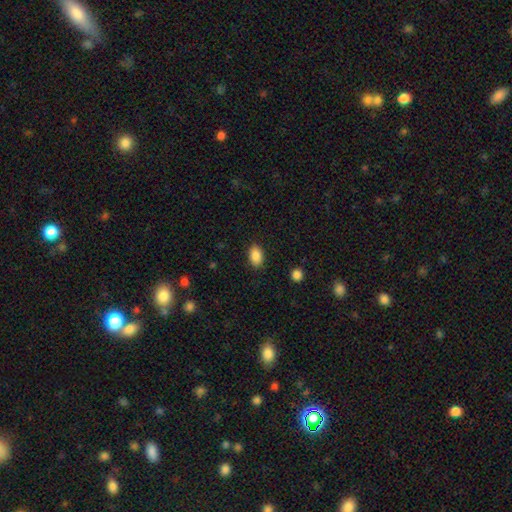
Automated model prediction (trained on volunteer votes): A smooth galaxy with no disk features (88%) that is in between round and cigar-shaped (87%). Merging: none (87%).